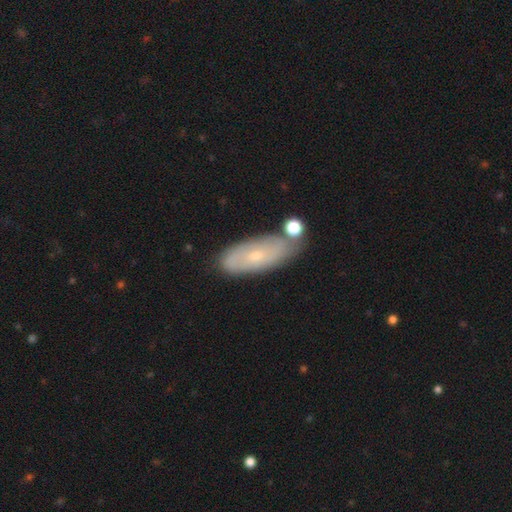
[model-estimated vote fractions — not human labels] A featured or disk galaxy (51%).

Vote fractions:
- Smooth or featured? featured or disk: 51% / smooth: 40% / star or artifact: 9%
- Edge-on disk? no: 84% / yes: 16%
- Merging? none: 70% / minor disturbance: 16% / merger: 10% / major disturbance: 4%